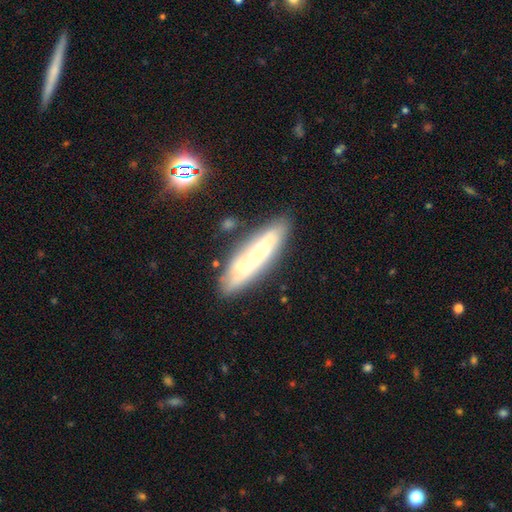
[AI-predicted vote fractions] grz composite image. It shows a featured or disk galaxy (54%). Merging: none (74%).